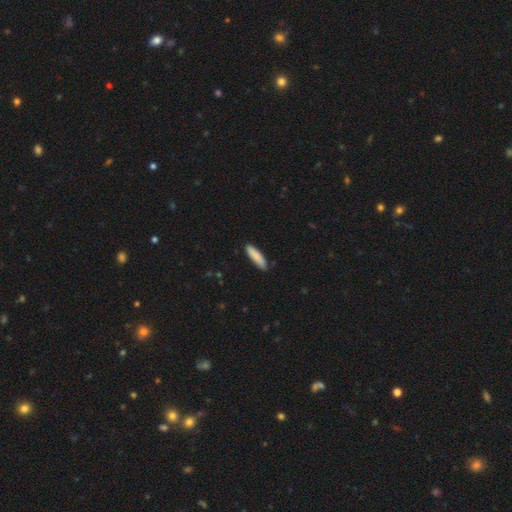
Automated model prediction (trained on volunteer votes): Smooth or featured? Predicted: smooth (p=0.87). How rounded? Predicted: cigar-shaped (p=0.71). Merging? Predicted: none (p=0.87).